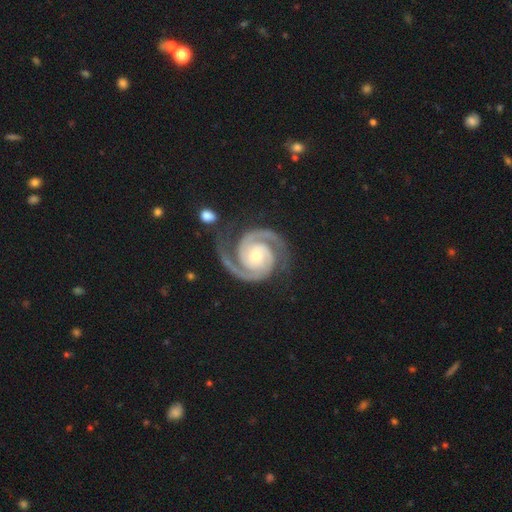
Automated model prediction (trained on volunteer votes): smooth_or_featured: featured or disk (p=0.94) [alt: star or artifact p=0.04]
disk_edge_on: no (p=0.98) [alt: yes p=0.02]
bar: no (p=0.67) [alt: weak p=0.21]
has_spiral_arms: yes (p=0.99) [alt: no p=0.01]
spiral_winding: tight (p=0.63) [alt: medium p=0.33]
spiral_arm_count: 2 (p=0.93) [alt: 3 p=0.02]
bulge_size: small (p=0.51) [alt: moderate p=0.44]
merging: none (p=0.79) [alt: minor disturbance p=0.13]